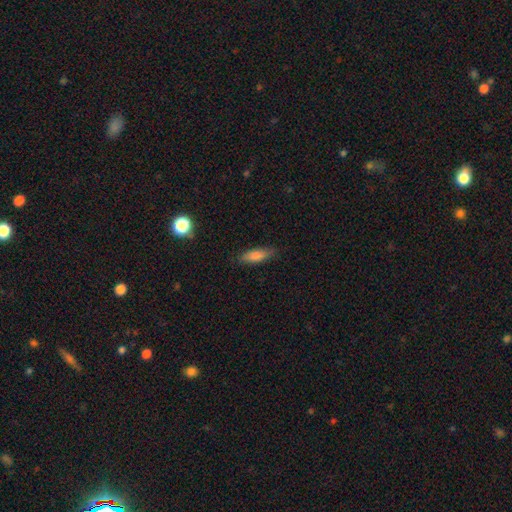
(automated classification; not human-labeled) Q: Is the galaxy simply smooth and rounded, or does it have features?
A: smooth — 77%.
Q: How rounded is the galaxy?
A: in between — 50%.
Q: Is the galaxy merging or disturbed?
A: none — 83%.